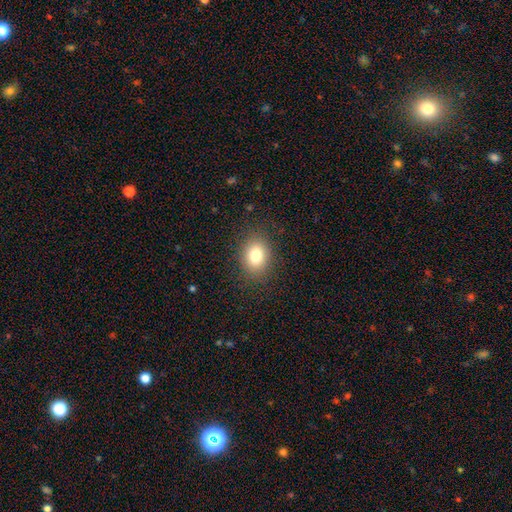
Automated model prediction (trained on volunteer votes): This appears to be a smooth galaxy with no disk features (80%) that is in between round and cigar-shaped (58%). Merging: none (86%).